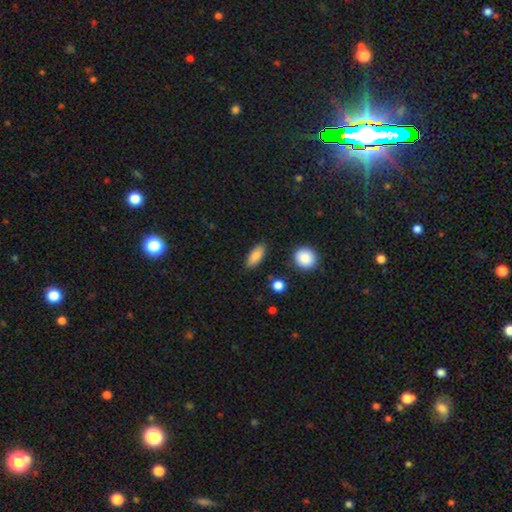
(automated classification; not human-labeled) A smooth galaxy with no disk features (84%) that is in between round and cigar-shaped (79%). Merging: none (86%).